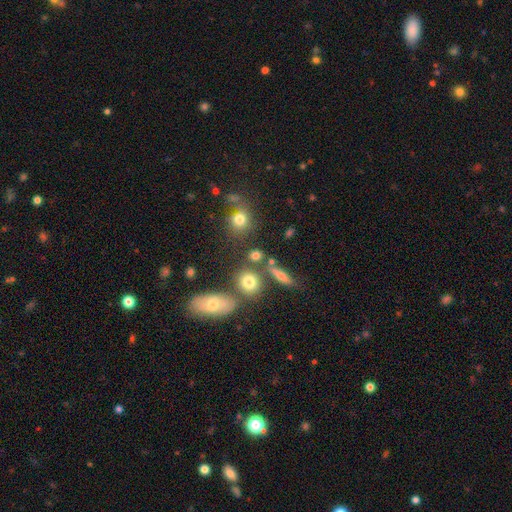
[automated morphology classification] Smooth or featured: smooth — 74% (star or artifact — 15%)
How rounded: round — 65% (in between — 29%)
Merging: none — 64% (merger — 19%)